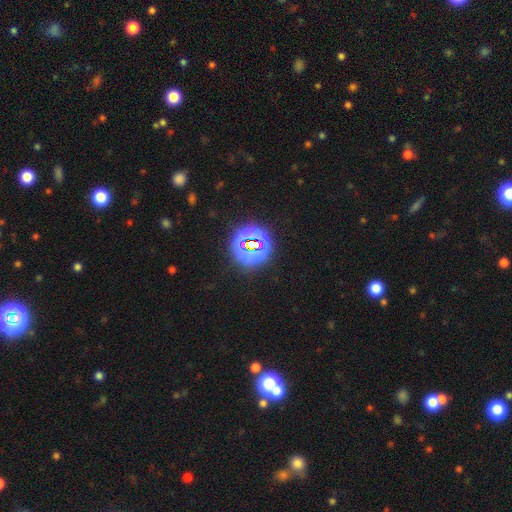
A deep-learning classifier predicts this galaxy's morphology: Smooth or featured? Predicted: star or artifact (p=0.75).